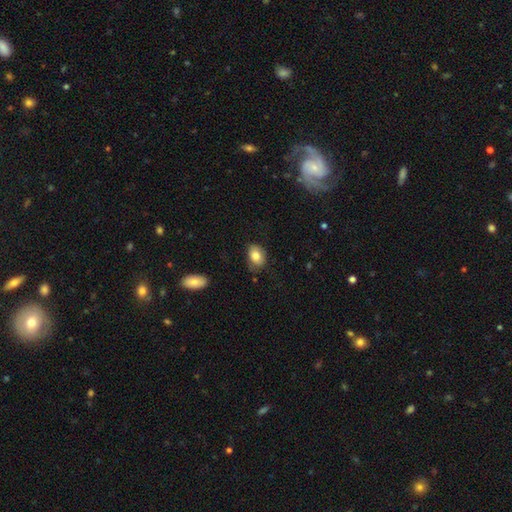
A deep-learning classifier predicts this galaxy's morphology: This appears to be a smooth galaxy with no disk features (82%) that is in between round and cigar-shaped (77%). Merging: none (72%).